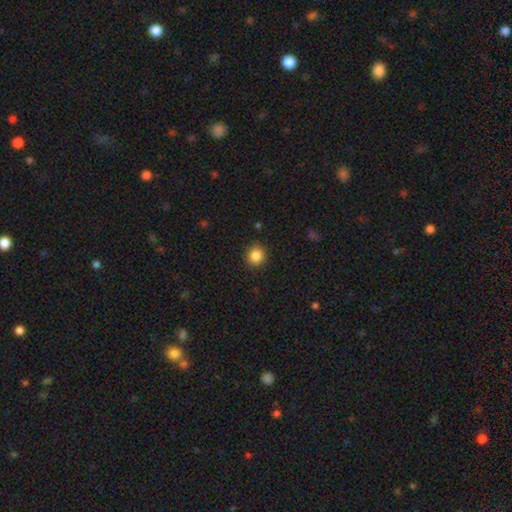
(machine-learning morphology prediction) This is clearly a smooth galaxy (86%). How rounded: clearly round (89%). Merging: clearly none (91%).